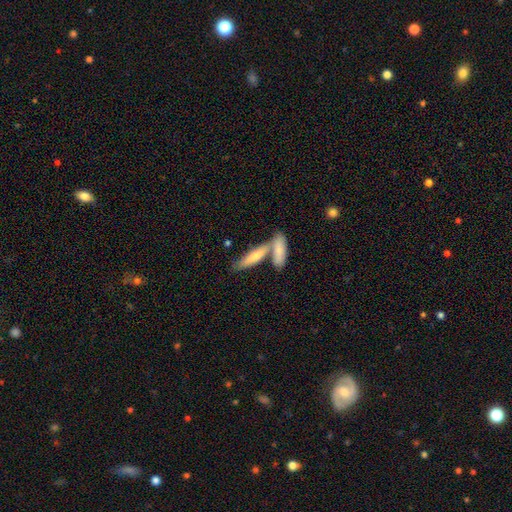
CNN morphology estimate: This appears to be a smooth galaxy with no disk features (67%) that is cigar-shaped (66%). Merging: none (45%).